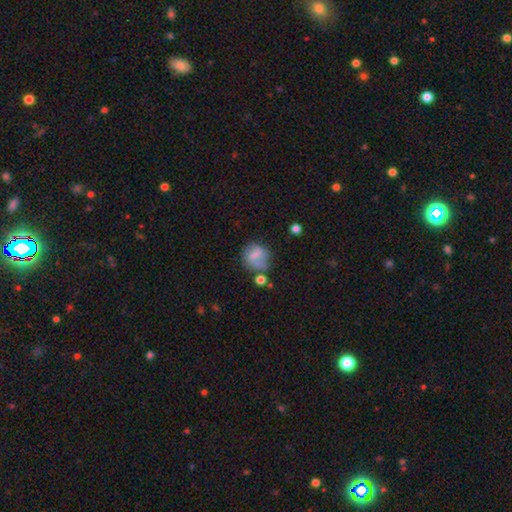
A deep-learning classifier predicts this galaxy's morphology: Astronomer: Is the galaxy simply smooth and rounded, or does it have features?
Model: smooth — 58%.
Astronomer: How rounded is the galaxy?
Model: round — 71%.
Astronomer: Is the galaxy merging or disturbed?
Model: none — 41% (runner-up: minor disturbance, 25%).